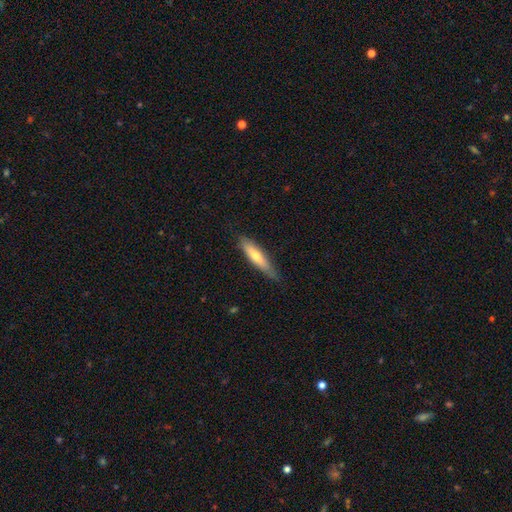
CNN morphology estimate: A smooth galaxy with no disk features (58%) that is cigar-shaped (81%).

Vote fractions:
- Smooth or featured? smooth: 58% / featured or disk: 36% / star or artifact: 6%
- How rounded? cigar-shaped: 81% / in between: 17% / round: 2%
- Merging? none: 76% / minor disturbance: 20% / major disturbance: 3% / merger: 1%